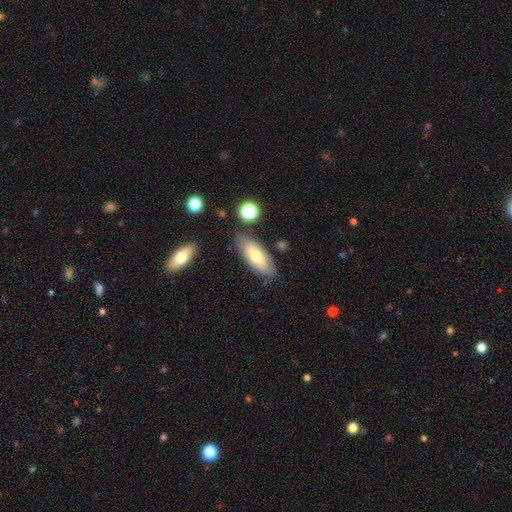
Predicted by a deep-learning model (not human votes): Smooth or featured? Predicted: smooth (p=0.65). How rounded? Predicted: in between (p=0.77). Merging? Predicted: none (p=0.78).